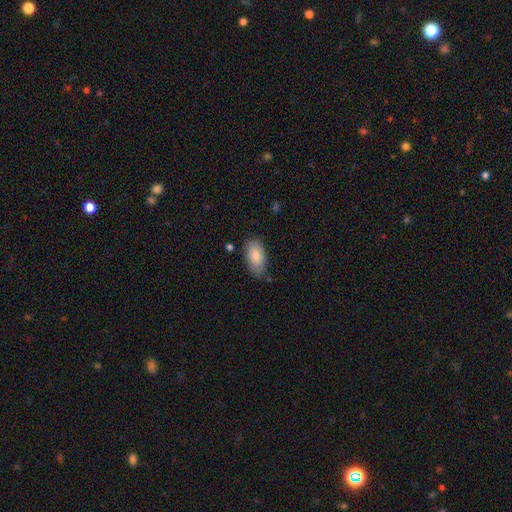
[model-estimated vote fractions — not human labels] Smooth or featured? Predicted: smooth (p=0.84). How rounded? Predicted: in between (p=0.93). Merging? Predicted: none (p=0.73).